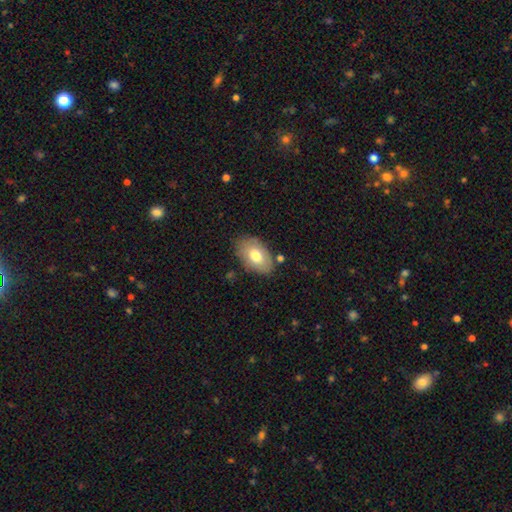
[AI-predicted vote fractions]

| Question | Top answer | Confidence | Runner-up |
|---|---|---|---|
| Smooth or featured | smooth | 71% | featured or disk (22%) |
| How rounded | in between | 91% | round (8%) |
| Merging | none | 77% | minor disturbance (16%) |